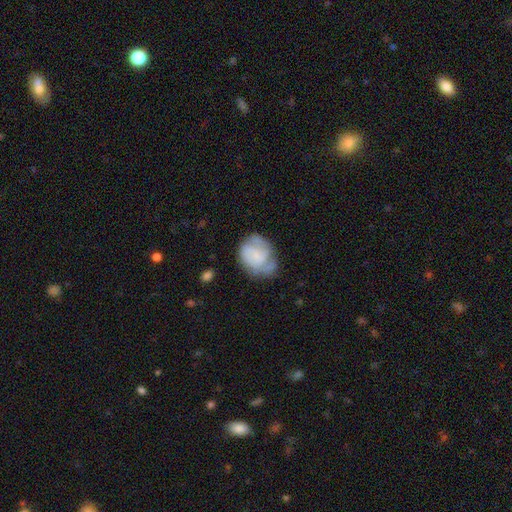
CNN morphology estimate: smooth_or_featured: featured or disk (p=0.54) [alt: smooth p=0.39]
disk_edge_on: no (p=0.98) [alt: yes p=0.02]
bar: no (p=0.66) [alt: weak p=0.29]
has_spiral_arms: yes (p=0.78) [alt: no p=0.22]
bulge_size: small (p=0.51) [alt: none p=0.28]
merging: none (p=0.48) [alt: minor disturbance p=0.30]